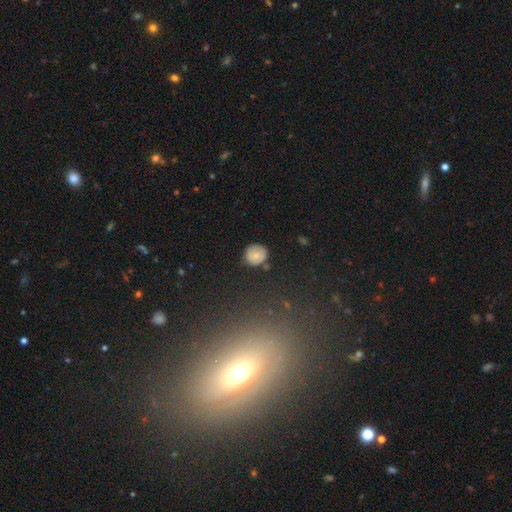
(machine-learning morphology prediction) This is likely a smooth galaxy (75%). How rounded: clearly round (89%). Merging: clearly none (80%).